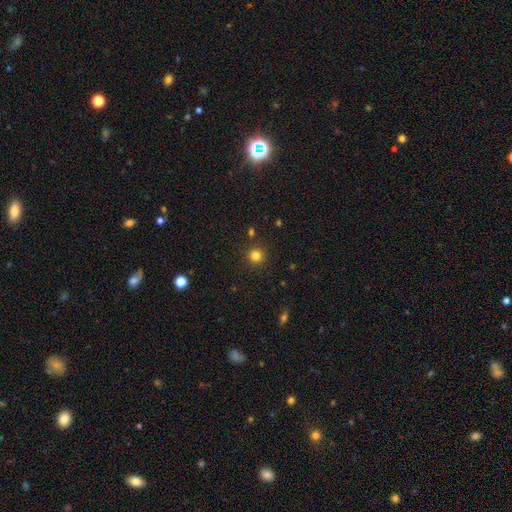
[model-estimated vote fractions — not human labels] Smooth or featured? Predicted: smooth (p=0.81). How rounded? Predicted: round (p=0.95). Merging? Predicted: none (p=0.90).